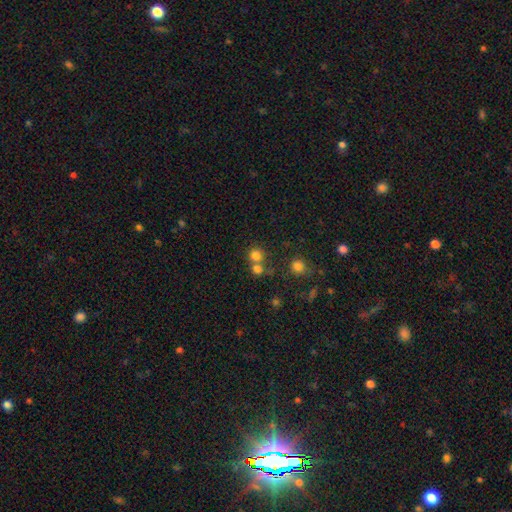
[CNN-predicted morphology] A smooth galaxy with no disk features (76%) that is round (88%). Merging: none (53%).